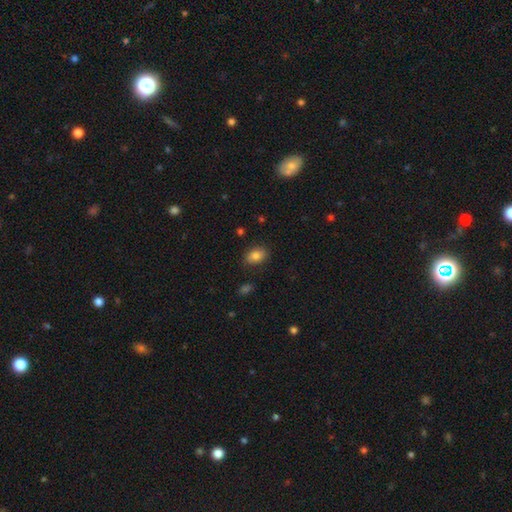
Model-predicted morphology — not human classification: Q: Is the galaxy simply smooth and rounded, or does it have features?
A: smooth — 81%.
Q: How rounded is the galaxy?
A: in between — 80%.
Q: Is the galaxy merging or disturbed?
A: none — 83%.